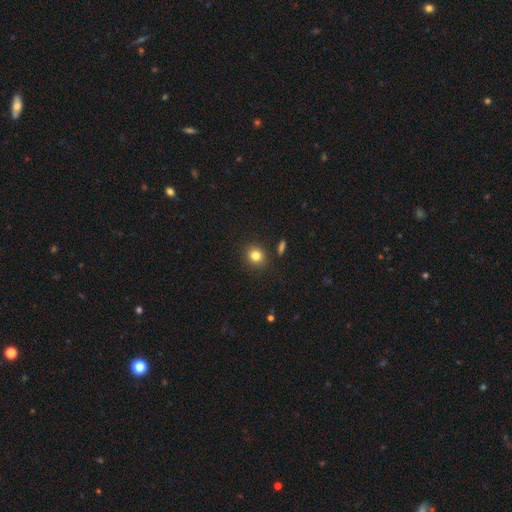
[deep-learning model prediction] Smooth or featured? Predicted: smooth (p=0.81). How rounded? Predicted: round (p=0.76). Merging? Predicted: none (p=0.87).